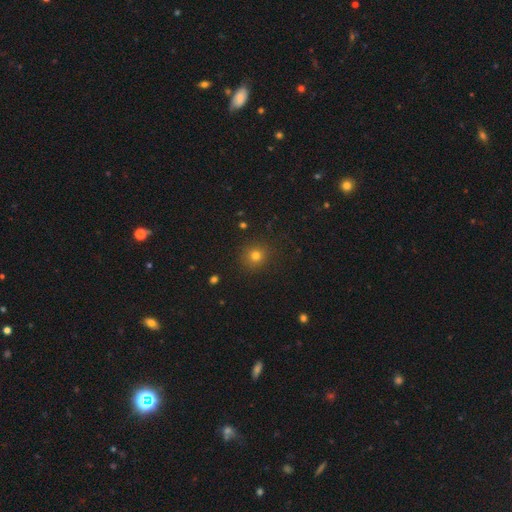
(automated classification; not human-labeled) Smooth or featured? Predicted: smooth (p=0.77). How rounded? Predicted: round (p=0.91). Merging? Predicted: none (p=0.89).